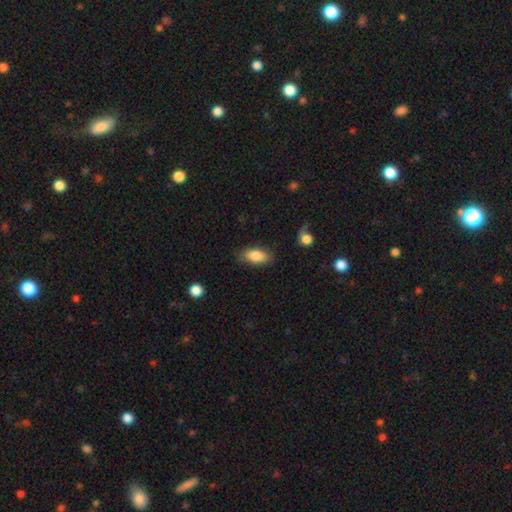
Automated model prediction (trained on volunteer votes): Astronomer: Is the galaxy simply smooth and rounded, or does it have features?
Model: smooth — 83%.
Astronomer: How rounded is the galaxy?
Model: in between — 87%.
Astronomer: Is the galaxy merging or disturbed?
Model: none — 81%.